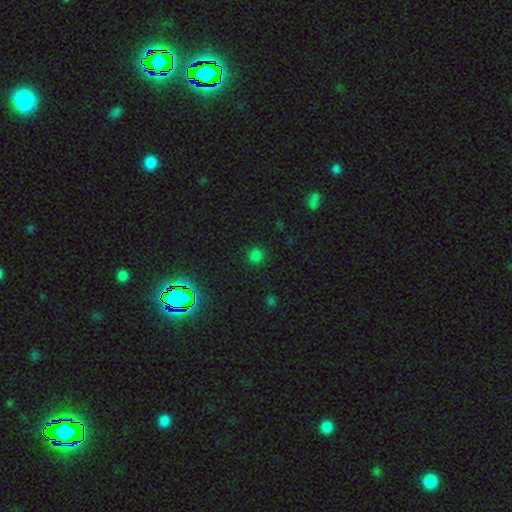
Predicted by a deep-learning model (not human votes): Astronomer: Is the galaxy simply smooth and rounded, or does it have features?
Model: smooth — 75%.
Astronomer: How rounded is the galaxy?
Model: round — 92%.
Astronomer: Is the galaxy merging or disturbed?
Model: none — 88%.